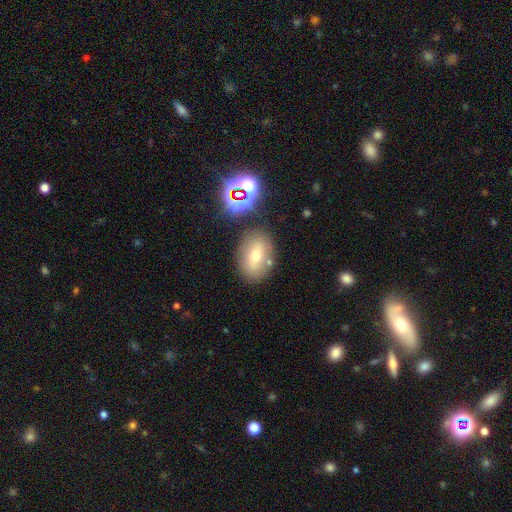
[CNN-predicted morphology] Smooth or featured? Predicted: smooth (p=0.58). How rounded? Predicted: in between (p=0.77). Merging? Predicted: none (p=0.78).